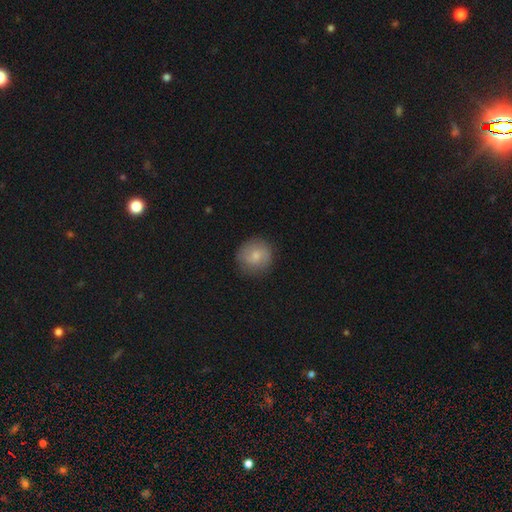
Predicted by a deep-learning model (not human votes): A smooth galaxy with no disk features (68%) that is round (90%).

Vote fractions:
- Smooth or featured? smooth: 68% / featured or disk: 25% / star or artifact: 7%
- How rounded? round: 90% / in between: 9% / cigar-shaped: 1%
- Merging? none: 84% / minor disturbance: 12% / major disturbance: 3% / merger: 1%